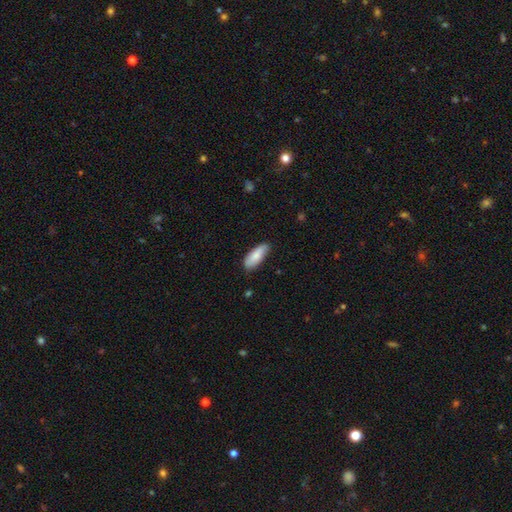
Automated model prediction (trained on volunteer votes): This appears to be a smooth galaxy with no disk features (81%) that is in between round and cigar-shaped (68%). Merging: none (77%).